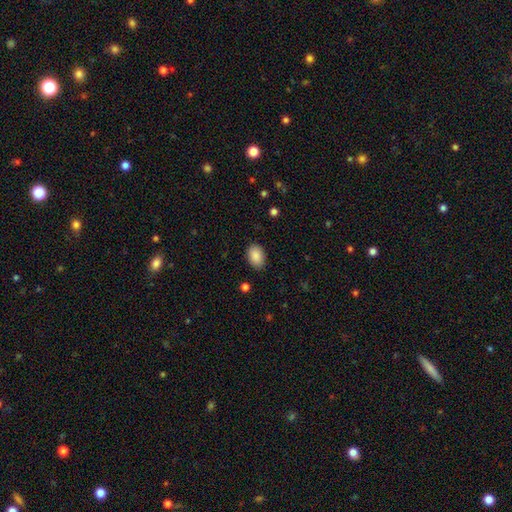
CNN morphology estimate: Smooth or featured? smooth (89%)
How rounded? in between (82%)
Merging? none (87%)